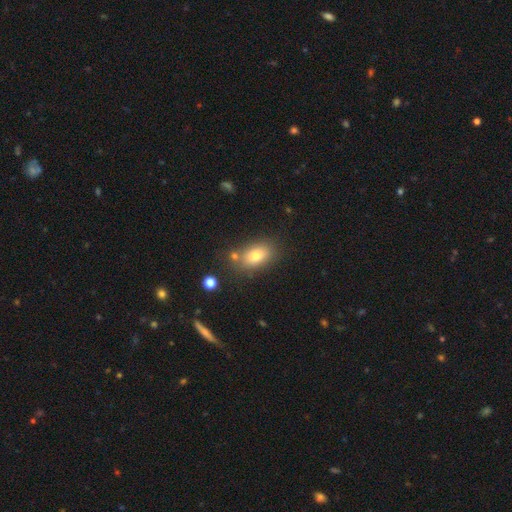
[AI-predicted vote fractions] Q: Smooth or featured?
A: smooth (77%); runner-up: featured or disk (13%)
Q: How rounded?
A: in between (82%); runner-up: round (16%)
Q: Merging?
A: none (70%); runner-up: minor disturbance (14%)